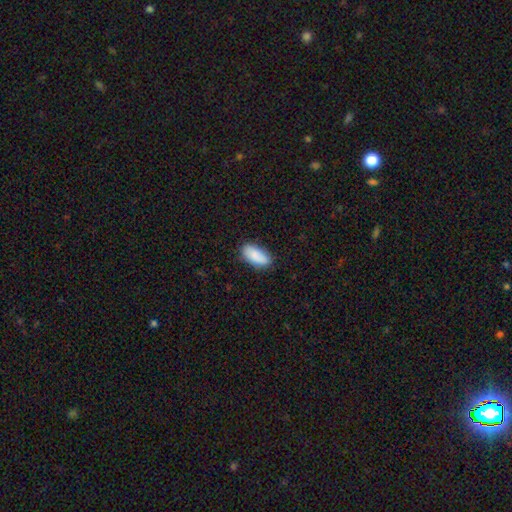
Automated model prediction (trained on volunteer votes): A smooth galaxy with no disk features (88%) that is in between round and cigar-shaped (90%).

Vote fractions:
- Smooth or featured? smooth: 88% / star or artifact: 6% / featured or disk: 5%
- How rounded? in between: 90% / cigar-shaped: 8% / round: 2%
- Merging? none: 81% / minor disturbance: 15% / major disturbance: 3% / merger: 1%